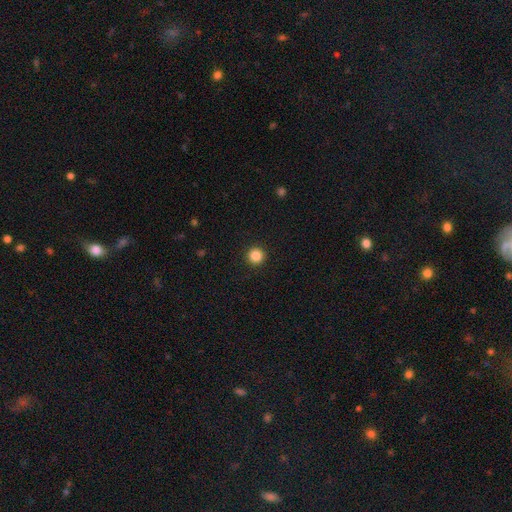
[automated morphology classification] Q: Smooth or featured?
A: smooth (86%); runner-up: star or artifact (11%)
Q: How rounded?
A: round (96%); runner-up: in between (3%)
Q: Merging?
A: none (93%); runner-up: minor disturbance (4%)